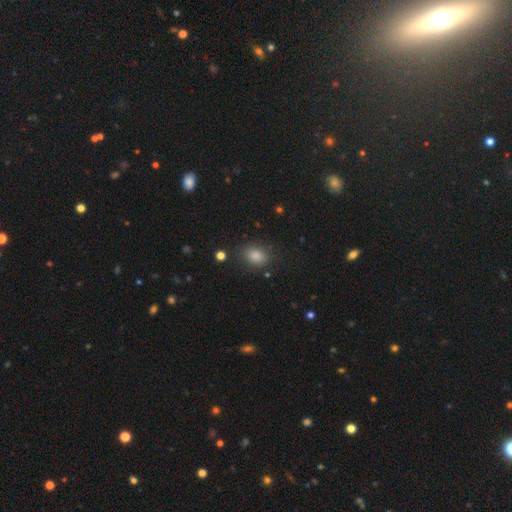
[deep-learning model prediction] smooth-or-featured: smooth: 84% | star or artifact: 11% | featured or disk: 5%
  how-rounded: in between: 66% | round: 33% | cigar-shaped: 1%
  merging: none: 82% | minor disturbance: 12% | major disturbance: 4% | merger: 2%